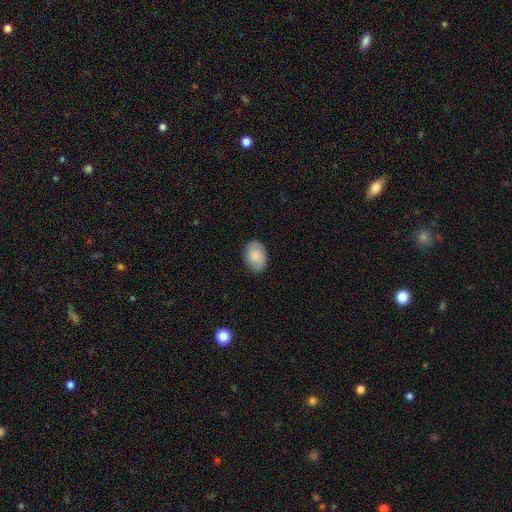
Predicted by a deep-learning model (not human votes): Smooth or featured? smooth (83%)
How rounded? in between (83%)
Merging? none (83%)